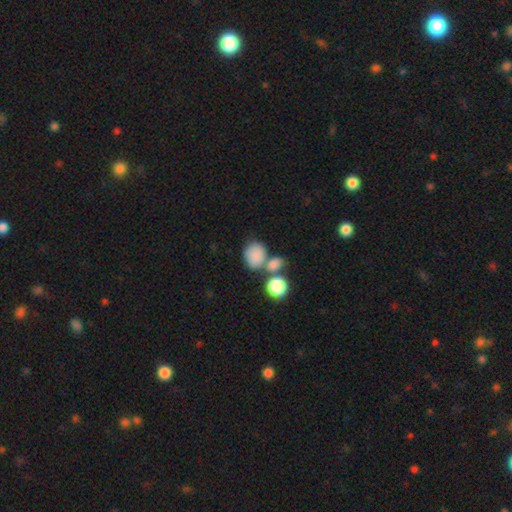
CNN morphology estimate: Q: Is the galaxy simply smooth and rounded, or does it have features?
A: smooth — 82%.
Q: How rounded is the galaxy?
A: in between — 51%.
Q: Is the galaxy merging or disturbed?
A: none — 47%.